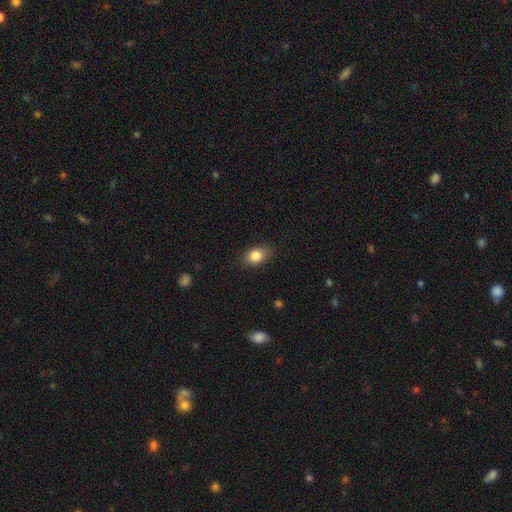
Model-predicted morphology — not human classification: This is clearly a smooth galaxy (83%). How rounded: likely in between (68%). Merging: clearly none (80%).